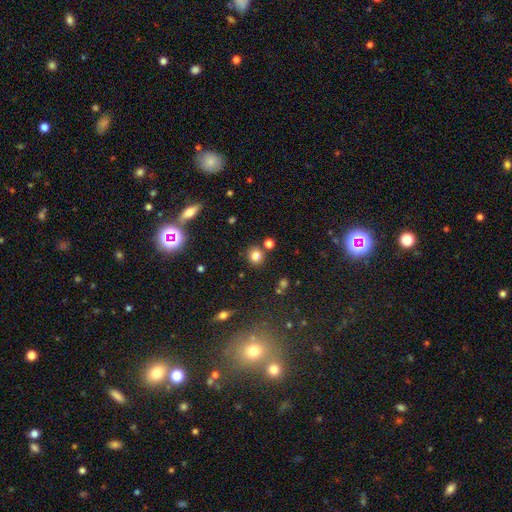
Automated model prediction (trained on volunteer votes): This is clearly a smooth galaxy (80%). How rounded: clearly round (85%). Merging: clearly none (82%).